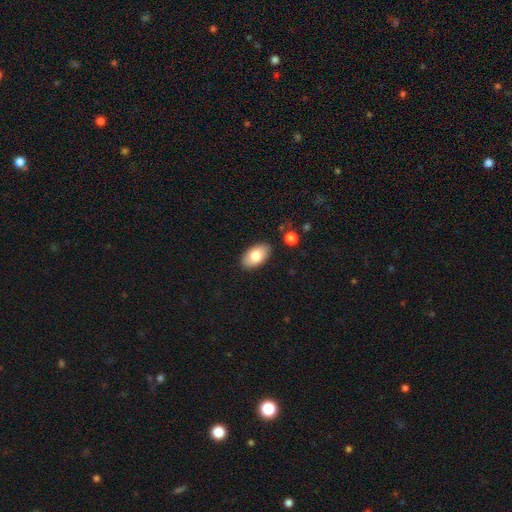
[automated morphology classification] smooth-or-featured: smooth: 80% | featured or disk: 14% | star or artifact: 6%
  how-rounded: in between: 94% | round: 4% | cigar-shaped: 2%
  merging: none: 87% | minor disturbance: 9% | major disturbance: 2% | merger: 2%